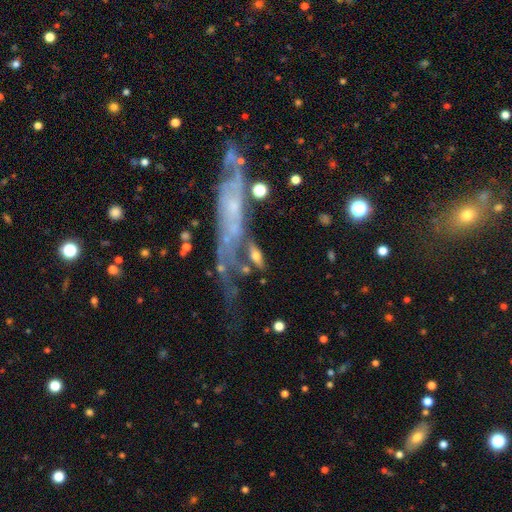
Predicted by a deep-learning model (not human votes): The model was most divided on "smooth or featured": smooth: 45%, featured or disk: 43%, star or artifact: 12%. Remaining: merging — none (44%).